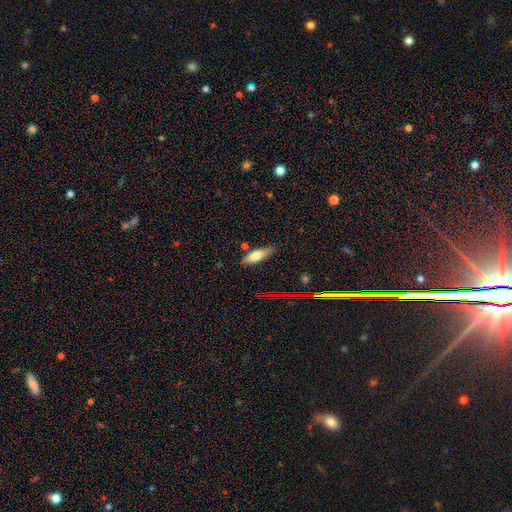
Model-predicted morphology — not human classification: Overall: smooth (66%). How rounded: in between (57%; cigar-shaped 40%). Merging: none (78%).